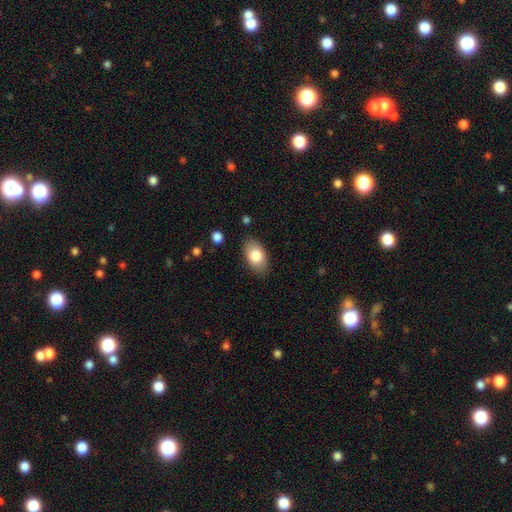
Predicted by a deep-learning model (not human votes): A smooth galaxy with no disk features (81%) that is in between round and cigar-shaped (92%). Merging: none (84%).